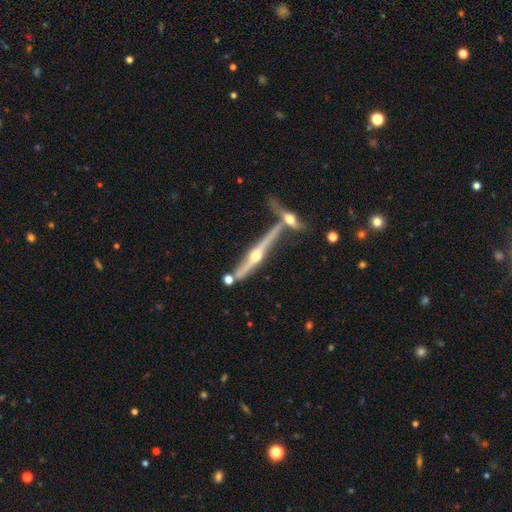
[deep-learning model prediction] Smooth or featured? featured or disk (85%)
Edge-on disk? yes (96%)
Edge-on bulge? rounded (95%)
Merging? none (61%)